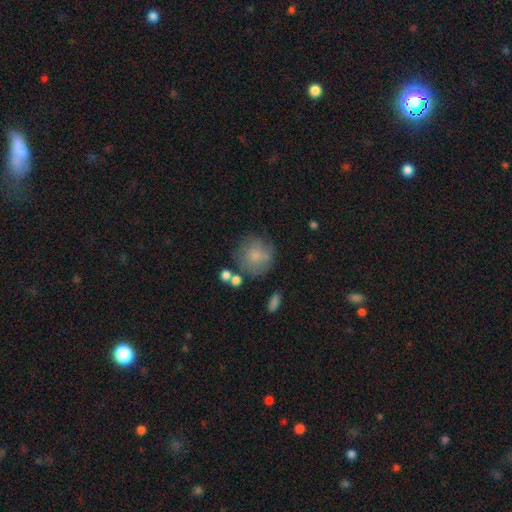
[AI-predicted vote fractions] A smooth galaxy with no disk features (72%) that is round (91%).

Vote fractions:
- Smooth or featured? smooth: 72% / featured or disk: 19% / star or artifact: 9%
- How rounded? round: 91% / in between: 8% / cigar-shaped: 1%
- Merging? none: 66% / minor disturbance: 19% / major disturbance: 8% / merger: 7%